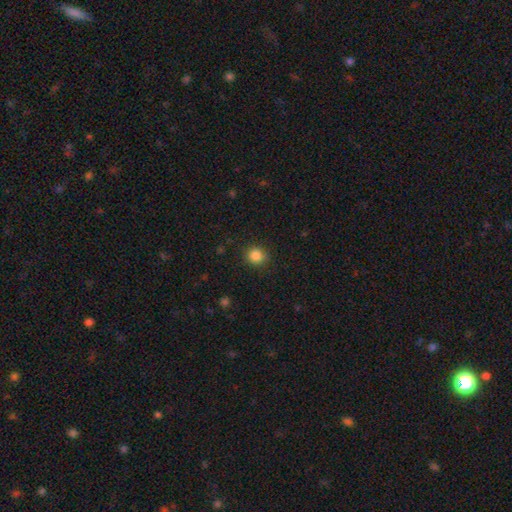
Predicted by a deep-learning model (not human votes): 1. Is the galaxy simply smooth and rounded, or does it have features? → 85% smooth, 11% star or artifact, 4% featured or disk.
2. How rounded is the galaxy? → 89% round, 10% in between, 1% cigar-shaped.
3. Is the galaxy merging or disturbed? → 87% none, 9% minor disturbance, 3% major disturbance, 1% merger.